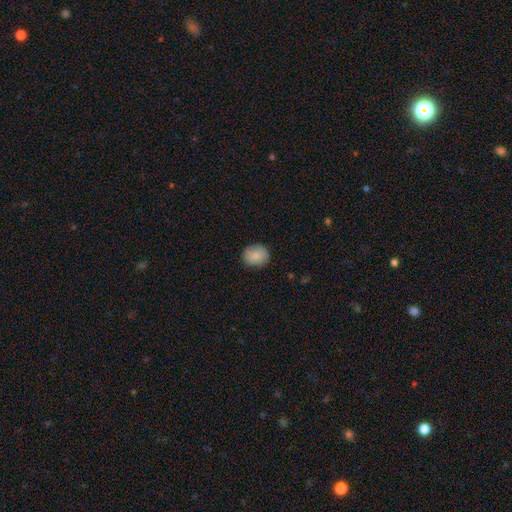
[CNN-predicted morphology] Smooth or featured? Predicted: smooth (p=0.86). How rounded? Predicted: round (p=0.66). Merging? Predicted: none (p=0.83).